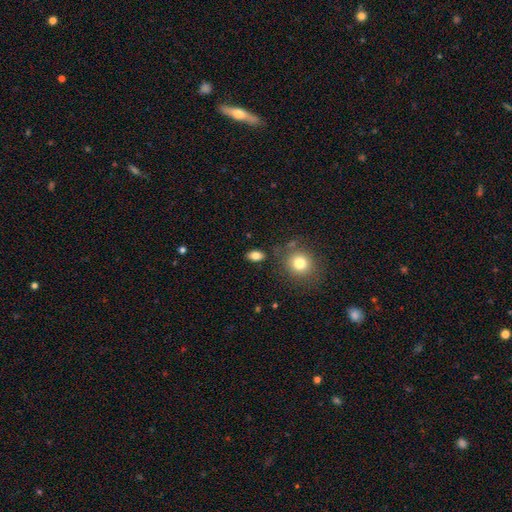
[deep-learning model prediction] Smooth or featured? Predicted: smooth (p=0.81). How rounded? Predicted: in between (p=0.84). Merging? Predicted: none (p=0.82).